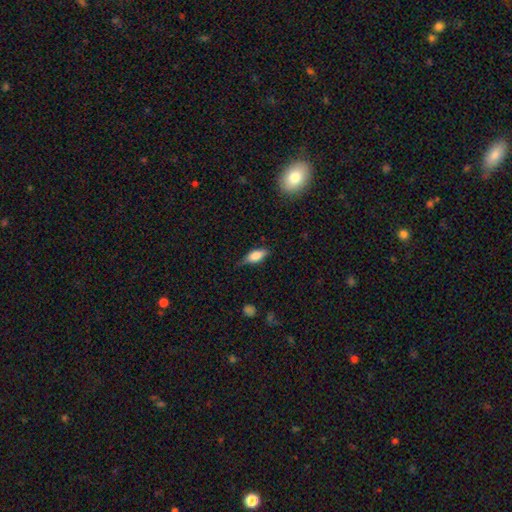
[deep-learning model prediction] A smooth galaxy with no disk features (74%) that is in between round and cigar-shaped (79%).

Vote fractions:
- Smooth or featured? smooth: 74% / featured or disk: 18% / star or artifact: 8%
- How rounded? in between: 79% / cigar-shaped: 17% / round: 4%
- Merging? none: 67% / minor disturbance: 26% / major disturbance: 6% / merger: 2%